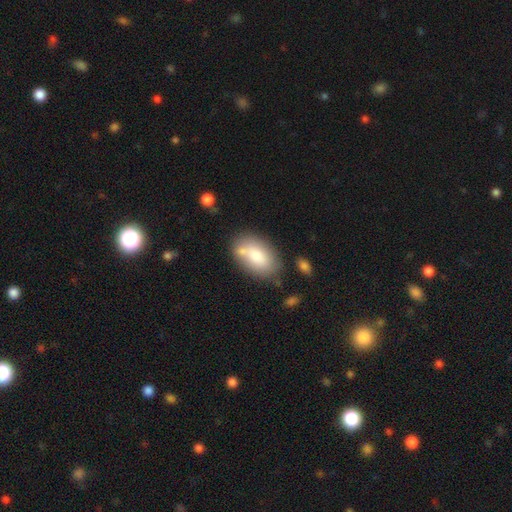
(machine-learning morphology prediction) smooth 75%, featured or disk 18%, star or artifact 7%. Down the decision tree: how rounded — in between (90%); merging — none (60%).